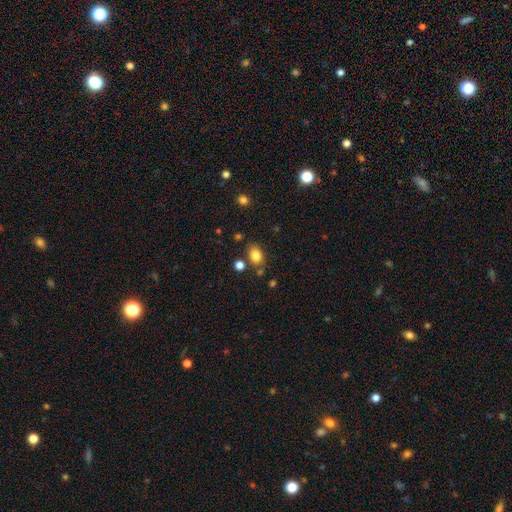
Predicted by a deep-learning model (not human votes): smooth-or-featured: smooth: 83% | star or artifact: 11% | featured or disk: 6%
  how-rounded: in between: 70% | round: 29% | cigar-shaped: 1%
  merging: none: 76% | minor disturbance: 13% | merger: 7% | major disturbance: 4%